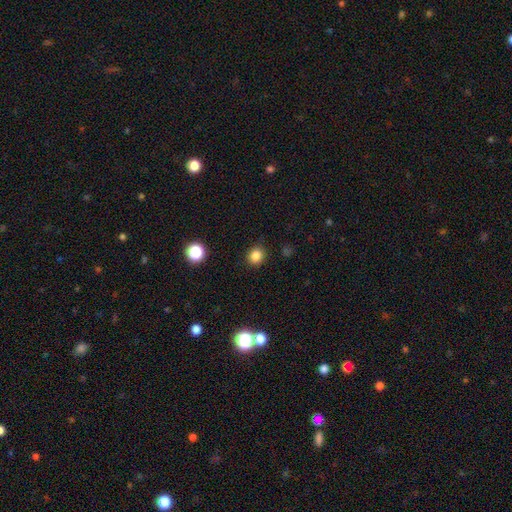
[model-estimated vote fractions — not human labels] Smooth or featured? Predicted: smooth (p=0.83). How rounded? Predicted: round (p=0.72). Merging? Predicted: none (p=0.88).